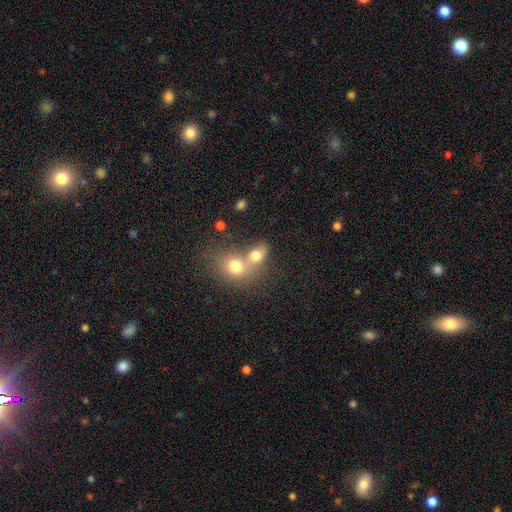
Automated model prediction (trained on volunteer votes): A smooth galaxy with no disk features (75%) that is in between round and cigar-shaped (52%).

Vote fractions:
- Smooth or featured? smooth: 75% / featured or disk: 14% / star or artifact: 12%
- How rounded? in between: 52% / round: 46% / cigar-shaped: 2%
- Merging? merger: 59% / none: 29% / minor disturbance: 8% / major disturbance: 5%